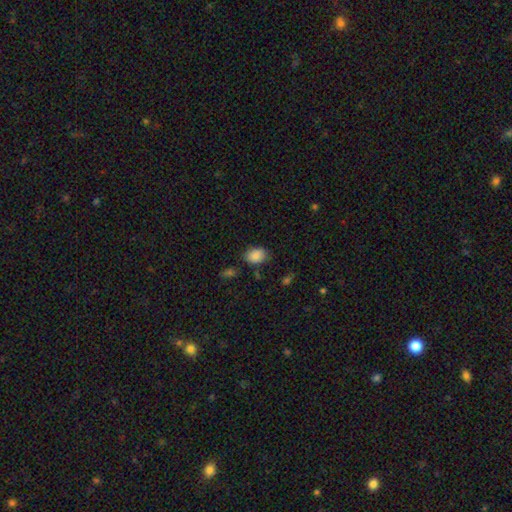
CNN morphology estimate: Smooth or featured? Predicted: smooth (p=0.87). How rounded? Predicted: in between (p=0.74). Merging? Predicted: none (p=0.79).